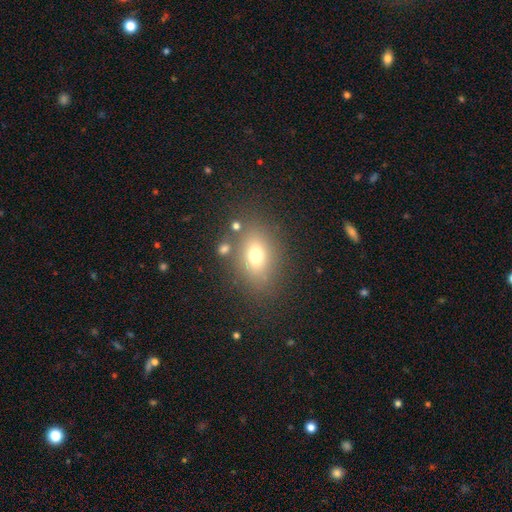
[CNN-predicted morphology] smooth-or-featured: smooth: 71% | featured or disk: 15% | star or artifact: 14%
  how-rounded: in between: 71% | round: 27% | cigar-shaped: 2%
  merging: none: 77% | minor disturbance: 12% | merger: 6% | major disturbance: 6%